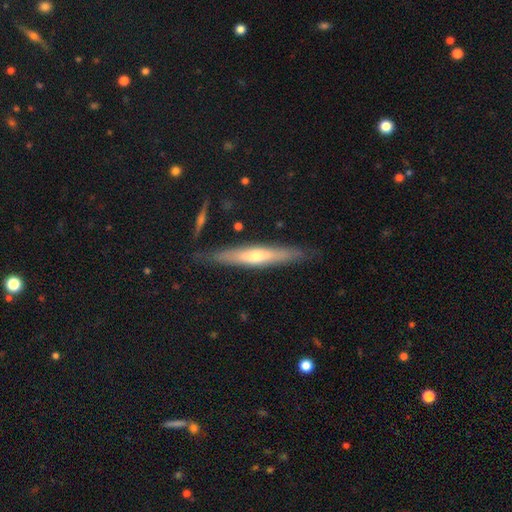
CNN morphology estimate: smooth_or_featured: featured or disk (p=0.61) [alt: smooth p=0.31]
disk_edge_on: yes (p=0.92) [alt: no p=0.08]
edge_on_bulge: rounded (p=0.76) [alt: none p=0.19]
merging: none (p=0.86) [alt: minor disturbance p=0.10]